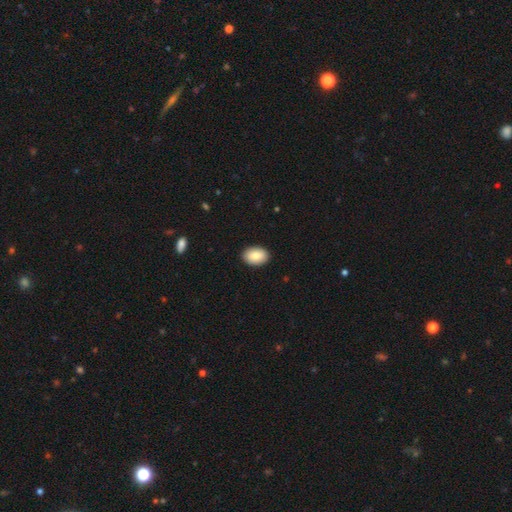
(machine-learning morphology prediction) Smooth or featured? Predicted: smooth (p=0.84). How rounded? Predicted: in between (p=0.85). Merging? Predicted: none (p=0.90).